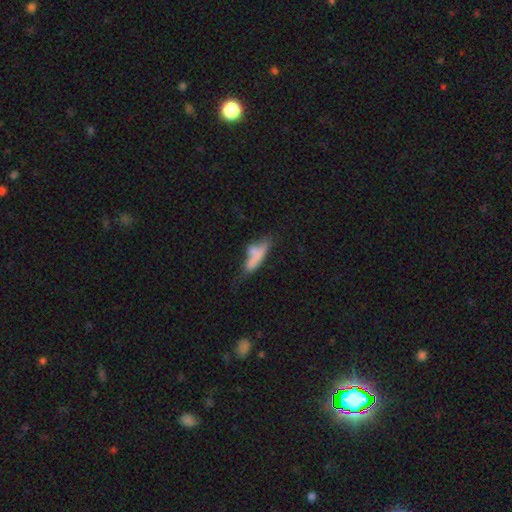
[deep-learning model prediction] A smooth galaxy with no disk features (63%) that is cigar-shaped (51%).

Vote fractions:
- Smooth or featured? smooth: 63% / featured or disk: 27% / star or artifact: 10%
- How rounded? cigar-shaped: 51% / in between: 45% / round: 4%
- Merging? none: 30% / merger: 27% / minor disturbance: 22% / major disturbance: 20%